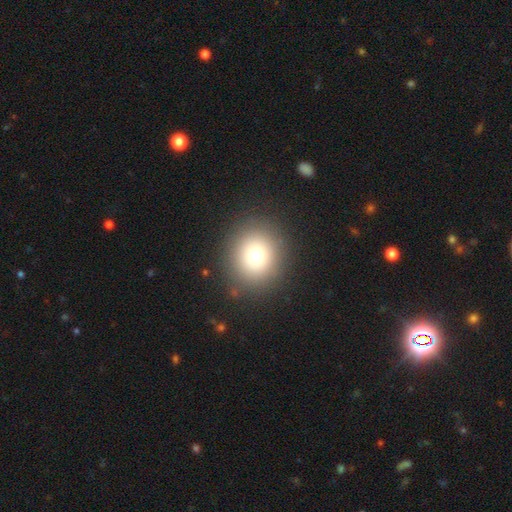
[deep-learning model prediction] Smooth or featured: smooth — 75% (star or artifact — 14%)
How rounded: round — 85% (in between — 14%)
Merging: none — 88% (minor disturbance — 7%)